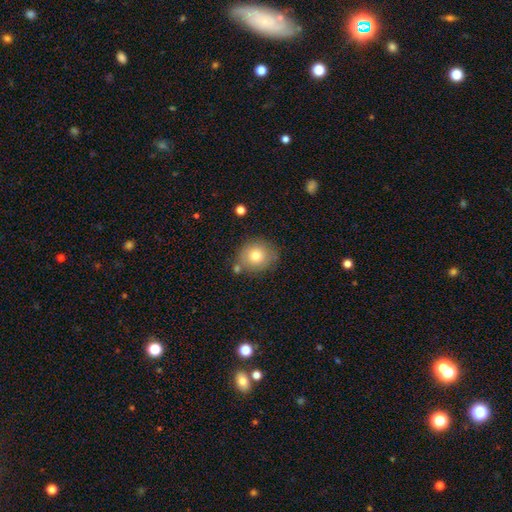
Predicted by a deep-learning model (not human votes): A smooth galaxy with no disk features (77%) that is round (78%). Merging: none (73%).